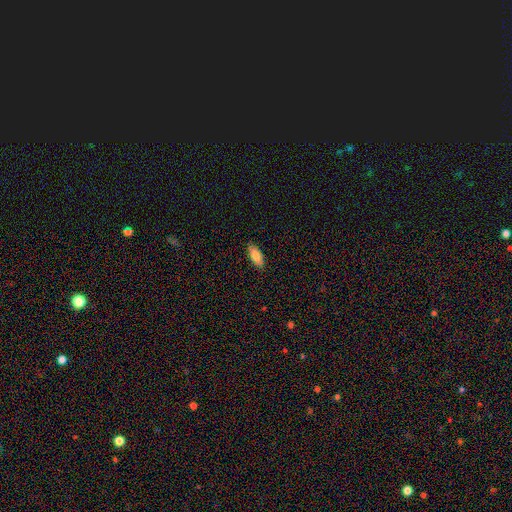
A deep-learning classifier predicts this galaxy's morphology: Smooth or featured? Predicted: smooth (p=0.82). How rounded? Predicted: in between (p=0.76). Merging? Predicted: none (p=0.87).